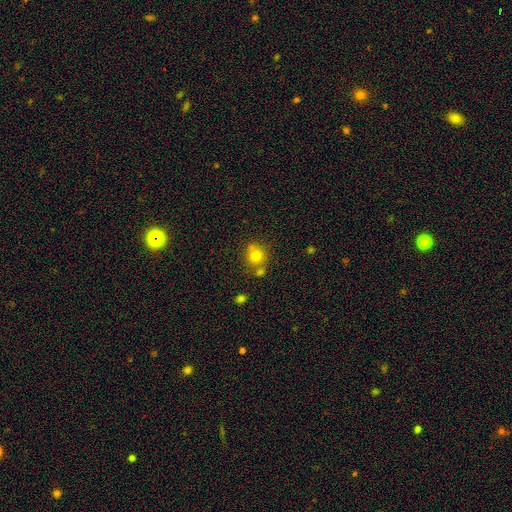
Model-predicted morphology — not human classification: A smooth galaxy with no disk features (76%) that is round (86%).

Vote fractions:
- Smooth or featured? smooth: 76% / star or artifact: 13% / featured or disk: 11%
- How rounded? round: 86% / in between: 13% / cigar-shaped: 1%
- Merging? none: 64% / merger: 20% / minor disturbance: 12% / major disturbance: 4%